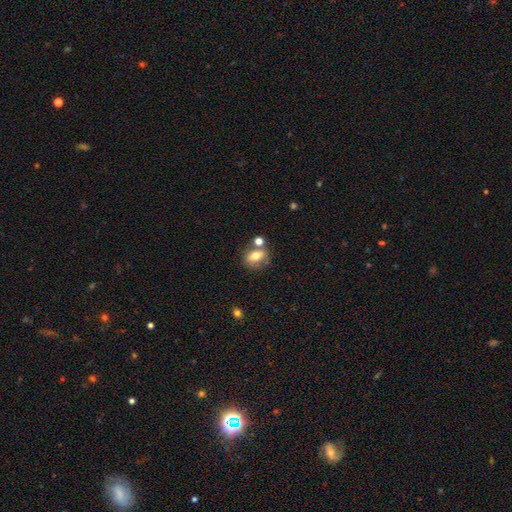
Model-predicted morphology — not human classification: smooth_or_featured: smooth (p=0.67) [alt: featured or disk p=0.22]
how_rounded: in between (p=0.64) [alt: round p=0.33]
merging: none (p=0.59) [alt: merger p=0.21]